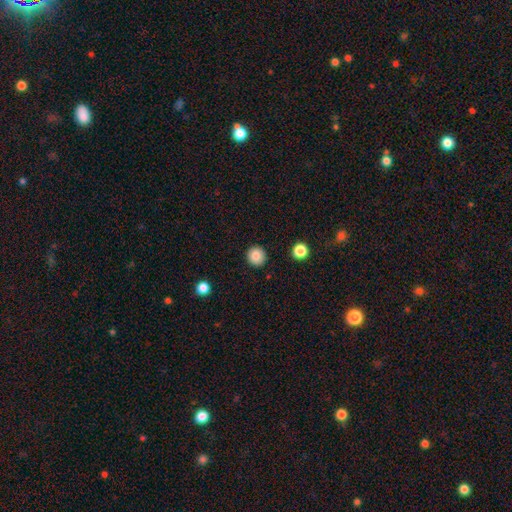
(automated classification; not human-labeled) Smooth or featured: smooth — 85% (star or artifact — 10%)
How rounded: round — 93% (in between — 7%)
Merging: none — 91% (minor disturbance — 6%)